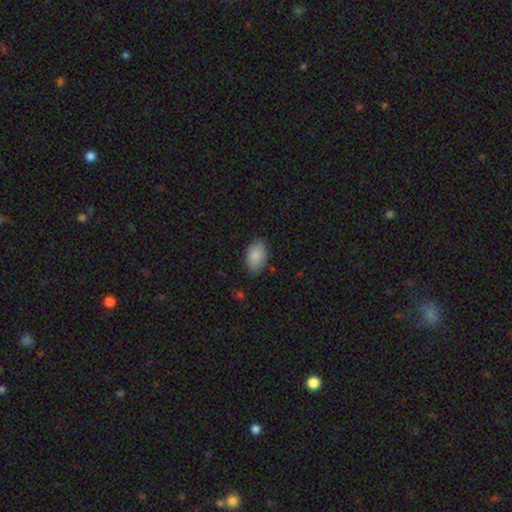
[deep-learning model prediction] A smooth galaxy with no disk features (88%) that is in between round and cigar-shaped (90%).

Vote fractions:
- Smooth or featured? smooth: 88% / star or artifact: 7% / featured or disk: 5%
- How rounded? in between: 90% / round: 8% / cigar-shaped: 1%
- Merging? none: 82% / minor disturbance: 14% / major disturbance: 3% / merger: 1%